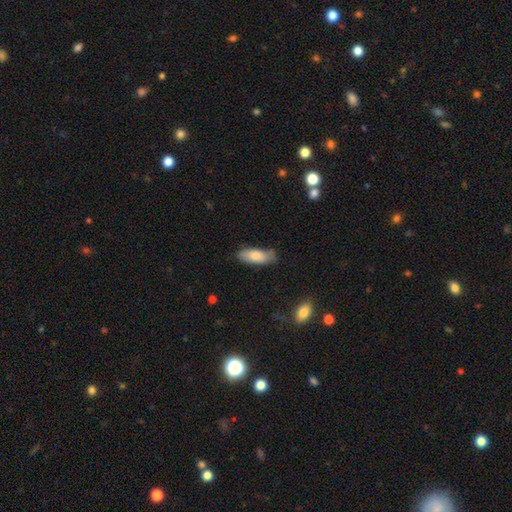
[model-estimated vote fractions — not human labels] Smooth or featured?
  - smooth: 79% *
  - featured or disk: 15%
  - star or artifact: 6%
How rounded?
  - in between: 74% *
  - cigar-shaped: 24%
  - round: 2%
Merging?
  - none: 72% *
  - minor disturbance: 22%
  - major disturbance: 4%
  - merger: 2%